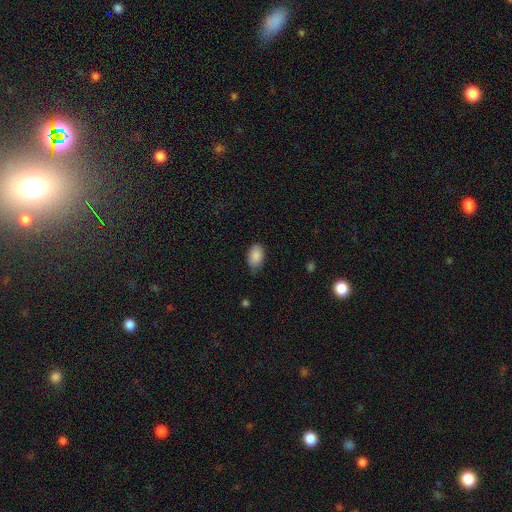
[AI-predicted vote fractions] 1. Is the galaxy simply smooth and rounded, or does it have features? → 89% smooth, 7% star or artifact, 4% featured or disk.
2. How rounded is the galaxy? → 90% in between, 9% round, 1% cigar-shaped.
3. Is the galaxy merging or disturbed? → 67% none, 27% minor disturbance, 4% major disturbance, 1% merger.